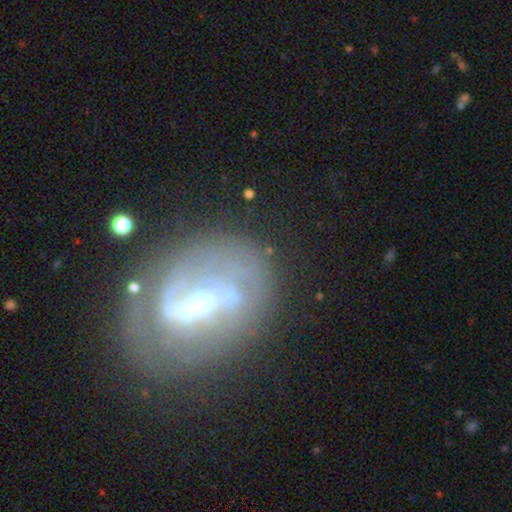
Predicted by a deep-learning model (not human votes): Smooth or featured? featured or disk (71%)
Edge-on disk? no (95%)
Bar? strong (39%)
Spiral arms? yes (59%)
Bulge size? moderate (36%, tied with small)
Merging? none (47%)